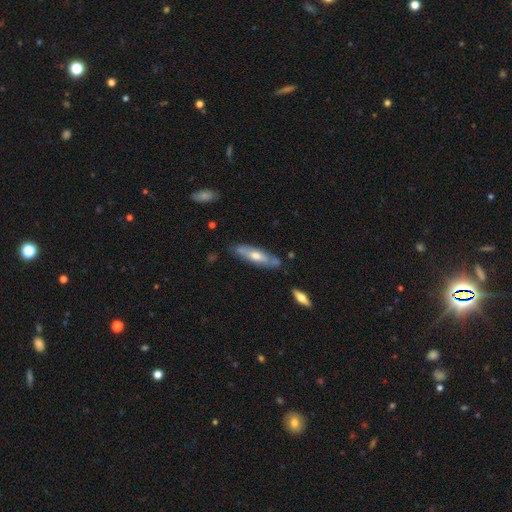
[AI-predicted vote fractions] Smooth or featured? featured or disk (49%)
Merging? none (74%)